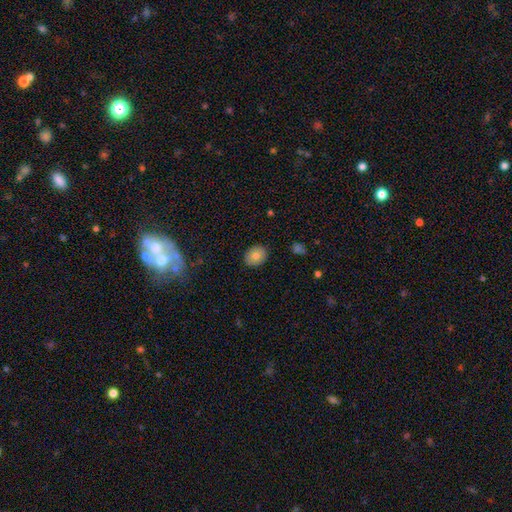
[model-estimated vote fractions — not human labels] A smooth galaxy with no disk features (80%) that is in between round and cigar-shaped (54%). Merging: none (88%).